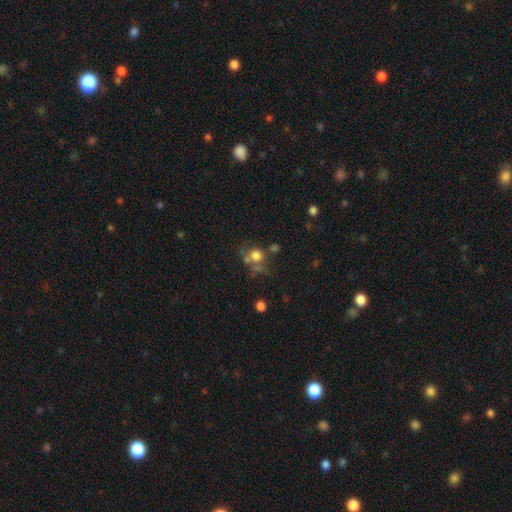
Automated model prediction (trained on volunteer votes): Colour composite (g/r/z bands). It shows a smooth galaxy with no disk features (70%) that is round (82%). Merging: none (47%).